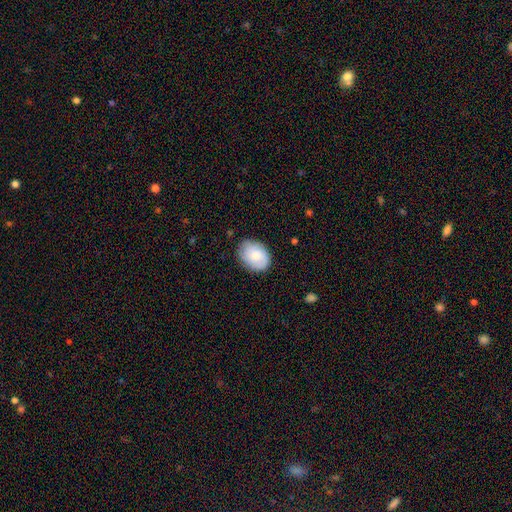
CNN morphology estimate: smooth_or_featured: smooth (p=0.74) [alt: featured or disk p=0.20]
how_rounded: in between (p=0.74) [alt: round p=0.25]
merging: none (p=0.80) [alt: minor disturbance p=0.16]